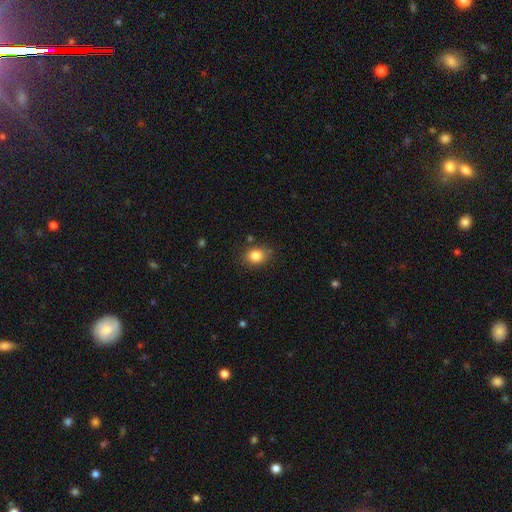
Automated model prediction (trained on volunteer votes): This appears to be a smooth galaxy with no disk features (84%) that is in between round and cigar-shaped (52%). Merging: none (80%).